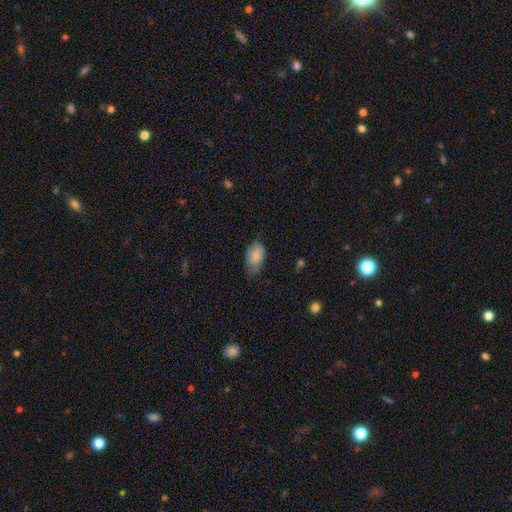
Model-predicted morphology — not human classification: This appears to be a smooth galaxy with no disk features (81%) that is in between round and cigar-shaped (92%). Merging: none (57%).